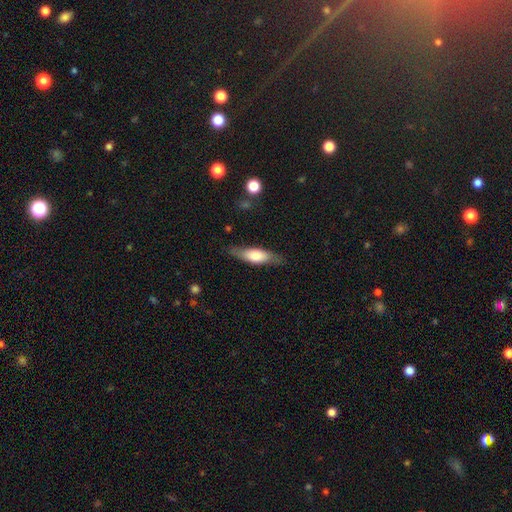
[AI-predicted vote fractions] Q: Smooth or featured?
A: smooth (63%); runner-up: featured or disk (32%)
Q: How rounded?
A: cigar-shaped (53%); runner-up: in between (45%)
Q: Merging?
A: none (79%); runner-up: minor disturbance (16%)